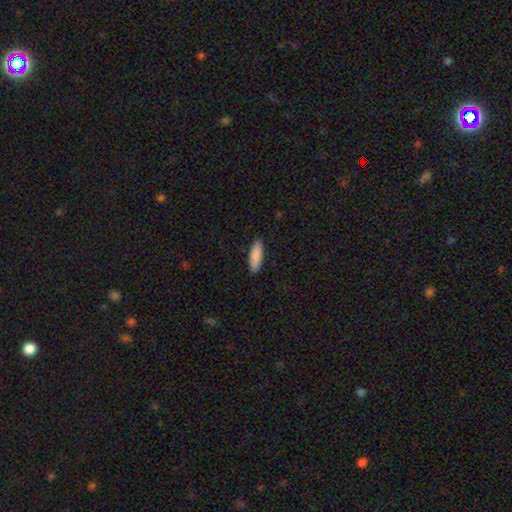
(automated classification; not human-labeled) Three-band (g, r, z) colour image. It shows a smooth galaxy with no disk features (89%) that is cigar-shaped (51%). Merging: none (89%).